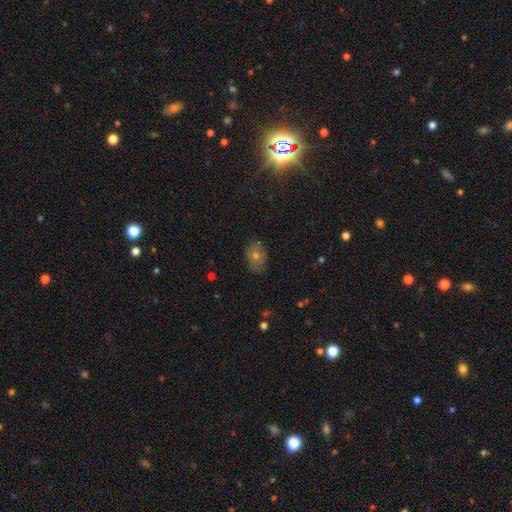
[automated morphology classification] smooth 52%, star or artifact 25%, featured or disk 23%. Down the decision tree: how rounded — in between (73%); merging — none (81%).